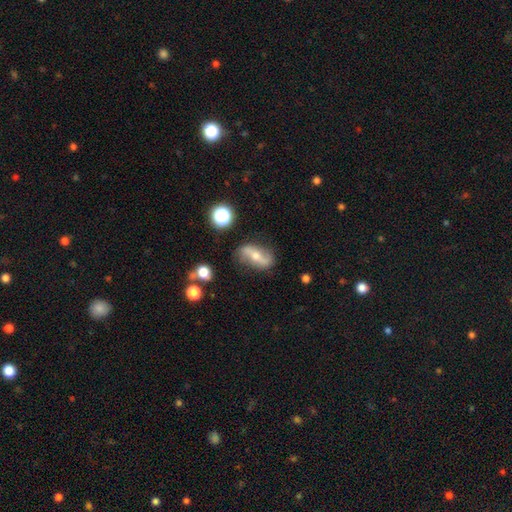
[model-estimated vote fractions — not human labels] This is likely a featured or disk galaxy (70%). It is clearly not viewed edge-on (87%). Bar: marginally strong (43%). Spiral arm pattern: clearly yes (83%). Spiral arm count: clearly 2 (90%). Spiral winding: likely loose (76%). Central bulge: possibly moderate (57%). Merging: likely none (77%).